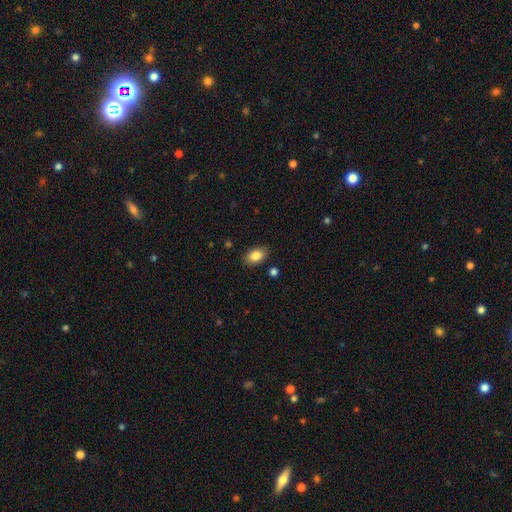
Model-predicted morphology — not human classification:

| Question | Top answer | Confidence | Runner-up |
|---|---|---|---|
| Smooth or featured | smooth | 86% | star or artifact (8%) |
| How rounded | in between | 86% | round (12%) |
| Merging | none | 84% | minor disturbance (12%) |